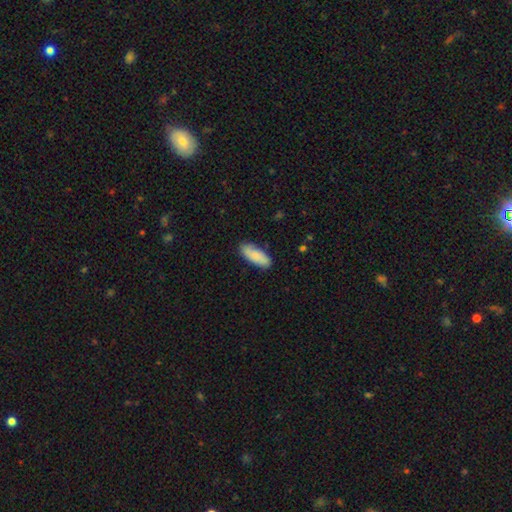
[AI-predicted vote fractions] smooth_or_featured: smooth (p=0.79) [alt: featured or disk p=0.15]
how_rounded: in between (p=0.75) [alt: cigar-shaped p=0.24]
merging: none (p=0.78) [alt: minor disturbance p=0.17]